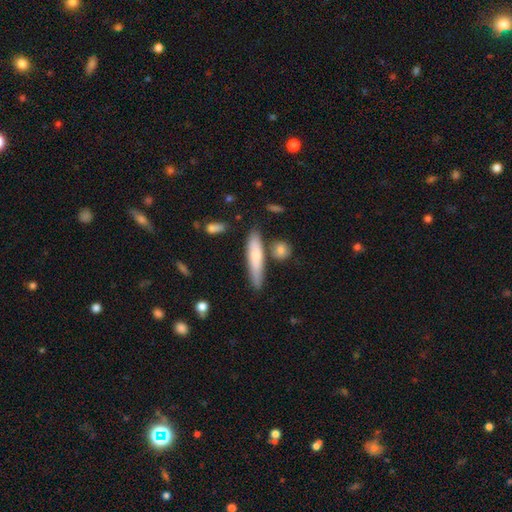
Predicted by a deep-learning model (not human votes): Smooth or featured: smooth — 67% (featured or disk — 27%)
How rounded: cigar-shaped — 84% (in between — 14%)
Merging: none — 72% (minor disturbance — 15%)